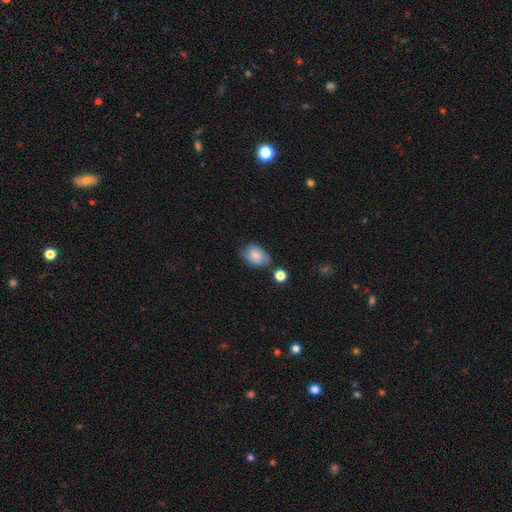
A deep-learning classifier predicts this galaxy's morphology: Q: Smooth or featured?
A: smooth (75%); runner-up: featured or disk (16%)
Q: How rounded?
A: in between (83%); runner-up: round (15%)
Q: Merging?
A: none (65%); runner-up: minor disturbance (23%)